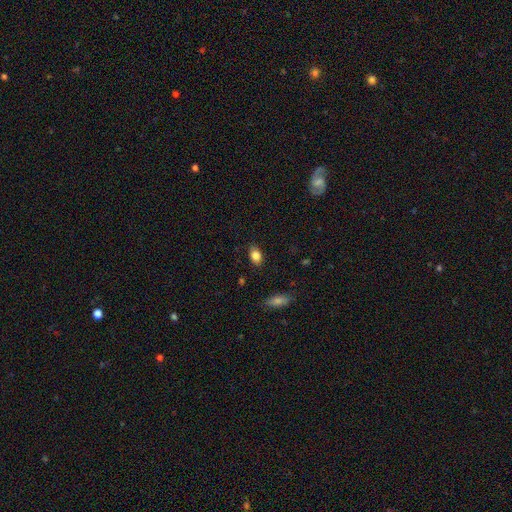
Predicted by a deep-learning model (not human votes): Smooth or featured? smooth (84%)
How rounded? in between (85%)
Merging? none (85%)